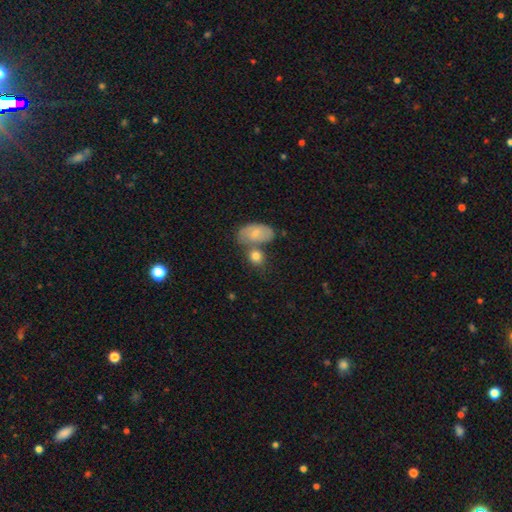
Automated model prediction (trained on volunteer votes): A smooth galaxy with no disk features (77%) that is in between round and cigar-shaped (49%, tied with round).

Vote fractions:
- Smooth or featured? smooth: 77% / featured or disk: 14% / star or artifact: 9%
- How rounded? in between: 49% (tied) / round: 49% (tied) / cigar-shaped: 2%
- Merging? none: 50% / merger: 33% / minor disturbance: 13% / major disturbance: 5%